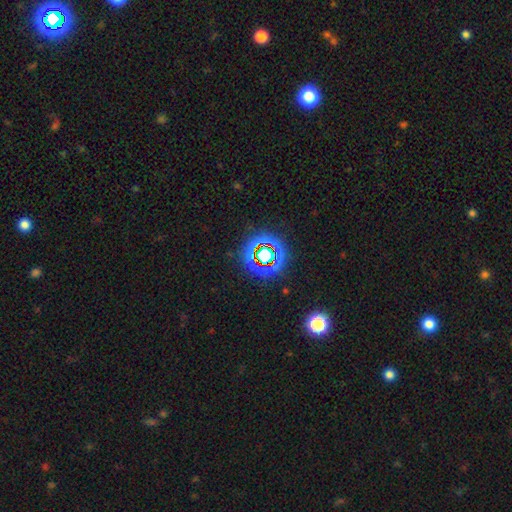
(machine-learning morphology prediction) Smooth or featured? star or artifact (60%)